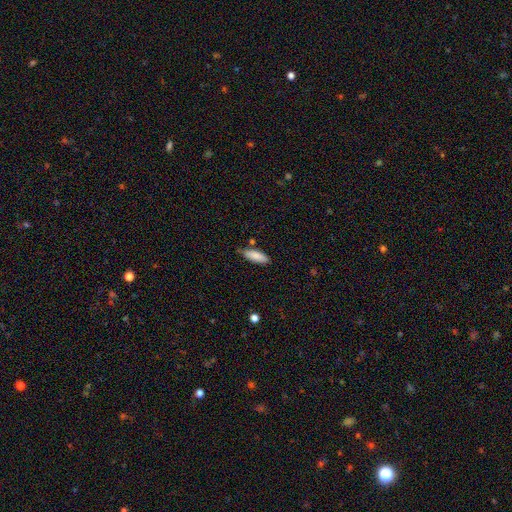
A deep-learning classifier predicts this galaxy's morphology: Smooth or featured? Predicted: smooth (p=0.85). How rounded? Predicted: in between (p=0.59). Merging? Predicted: none (p=0.76).